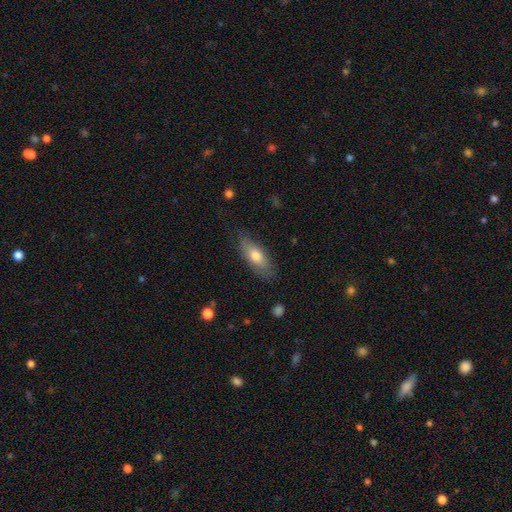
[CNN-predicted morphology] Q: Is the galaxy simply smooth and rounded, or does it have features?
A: smooth — 69%.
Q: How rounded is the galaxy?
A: in between — 72%.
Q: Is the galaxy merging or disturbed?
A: none — 77%.